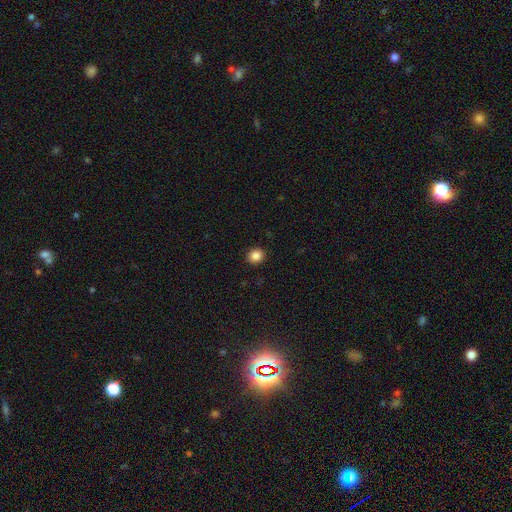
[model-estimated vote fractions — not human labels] smooth_or_featured: smooth (p=0.86) [alt: star or artifact p=0.10]
how_rounded: round (p=0.80) [alt: in between p=0.19]
merging: none (p=0.92) [alt: minor disturbance p=0.05]